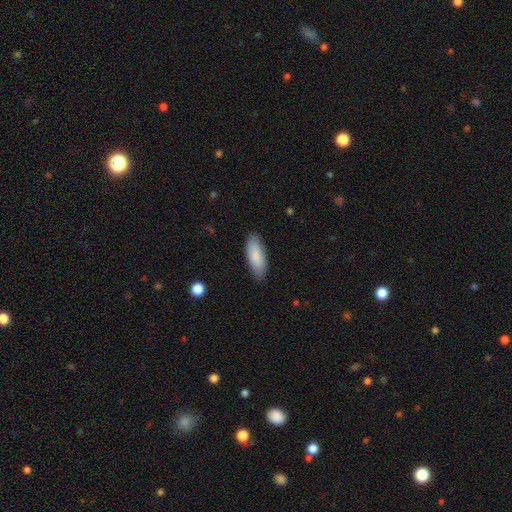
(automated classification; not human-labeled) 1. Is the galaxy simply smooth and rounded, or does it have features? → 86% smooth, 8% featured or disk, 6% star or artifact.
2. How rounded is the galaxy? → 75% in between, 23% cigar-shaped, 2% round.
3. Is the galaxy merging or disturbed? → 86% none, 11% minor disturbance, 2% major disturbance, 1% merger.